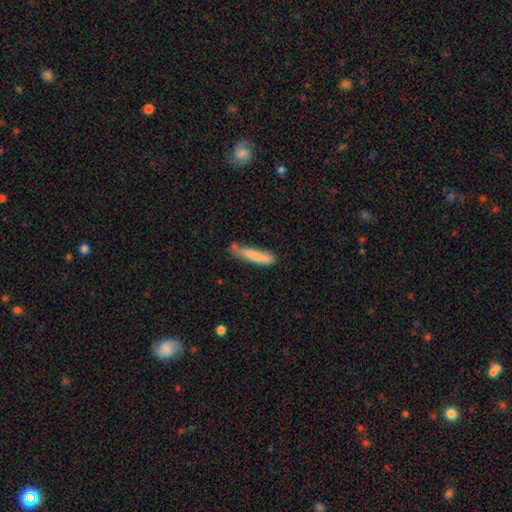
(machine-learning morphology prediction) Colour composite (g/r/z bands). It shows a smooth galaxy with no disk features (79%) that is cigar-shaped (89%). Merging: none (64%).